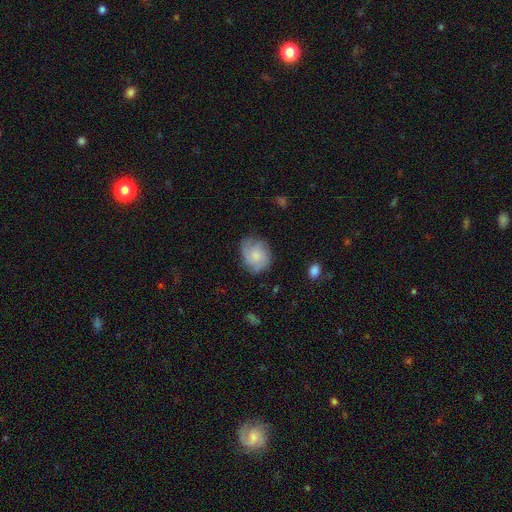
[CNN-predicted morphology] smooth-or-featured: smooth: 53% | featured or disk: 40% | star or artifact: 7%
  how-rounded: round: 53% | in between: 46% | cigar-shaped: 1%
  merging: none: 65% | minor disturbance: 25% | major disturbance: 9% | merger: 1%